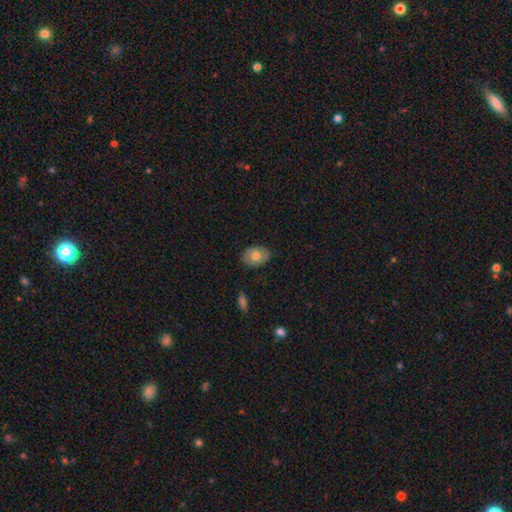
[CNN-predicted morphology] Smooth or featured: smooth — 72% (featured or disk — 21%)
How rounded: in between — 79% (round — 20%)
Merging: none — 83% (minor disturbance — 14%)